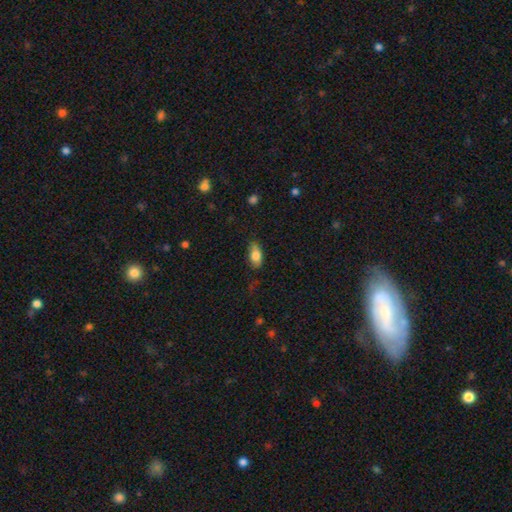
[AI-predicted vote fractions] Smooth or featured? Predicted: smooth (p=0.80). How rounded? Predicted: in between (p=0.87). Merging? Predicted: none (p=0.75).